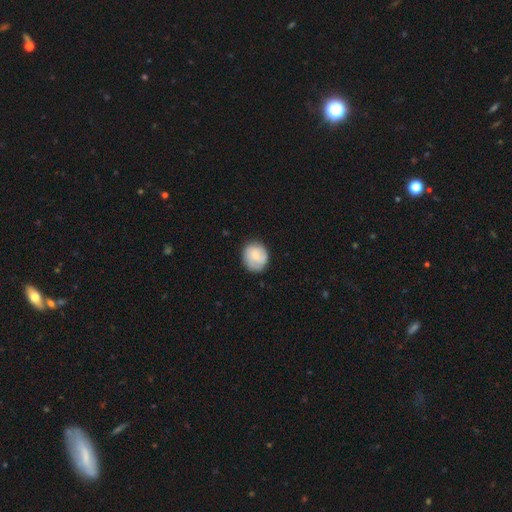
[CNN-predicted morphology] Smooth or featured: smooth — 71% (featured or disk — 22%)
How rounded: round — 79% (in between — 20%)
Merging: none — 79% (minor disturbance — 16%)